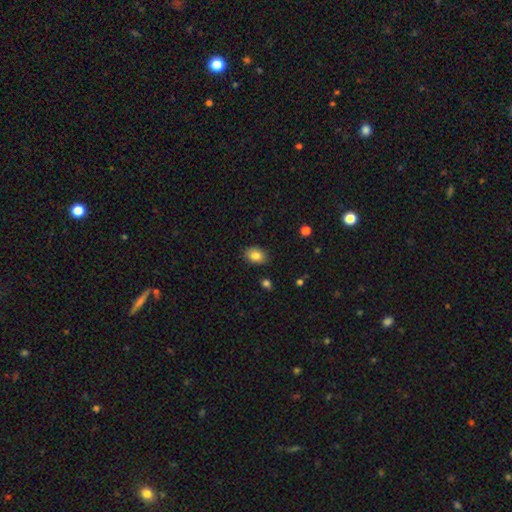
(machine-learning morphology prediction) Overall: smooth (83%). How rounded: in between (75%). Merging: none (86%).